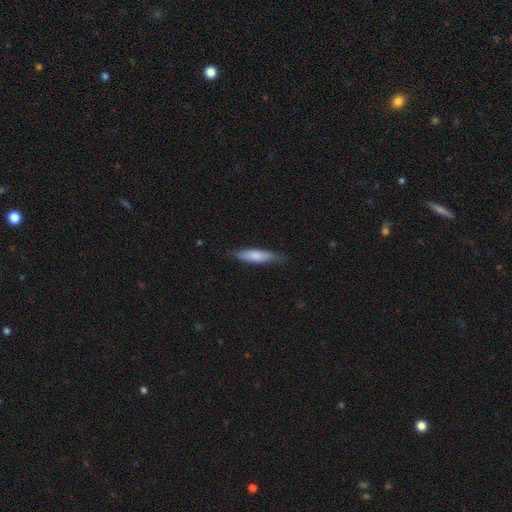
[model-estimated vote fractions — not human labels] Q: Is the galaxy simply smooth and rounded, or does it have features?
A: smooth — 78%.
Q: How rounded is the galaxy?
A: cigar-shaped — 69%.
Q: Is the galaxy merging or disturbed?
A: none — 79%.